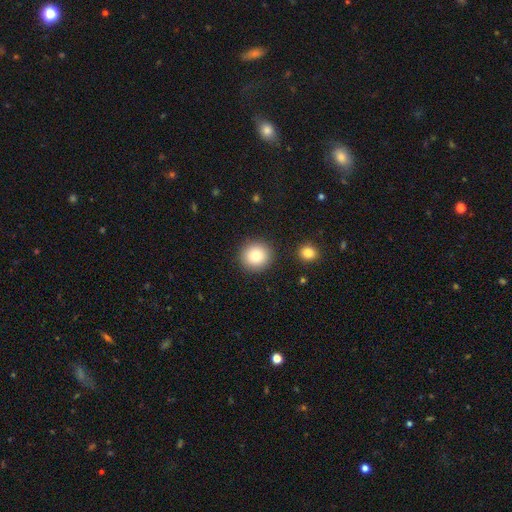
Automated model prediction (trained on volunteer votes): Q: Smooth or featured?
A: smooth (82%); runner-up: star or artifact (10%)
Q: How rounded?
A: round (92%); runner-up: in between (7%)
Q: Merging?
A: none (89%); runner-up: minor disturbance (6%)